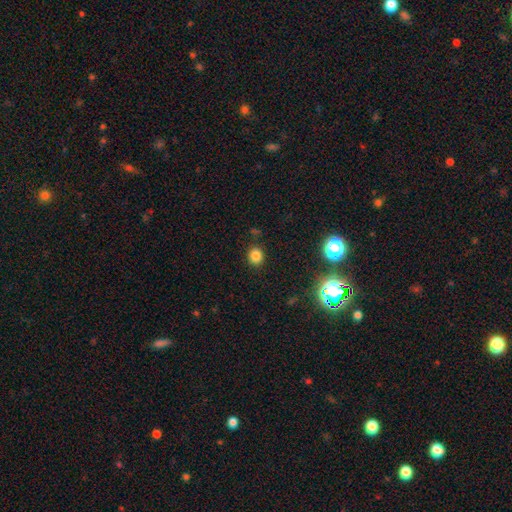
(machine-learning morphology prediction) Overall: smooth (80%). How rounded: round (77%). Merging: none (87%).